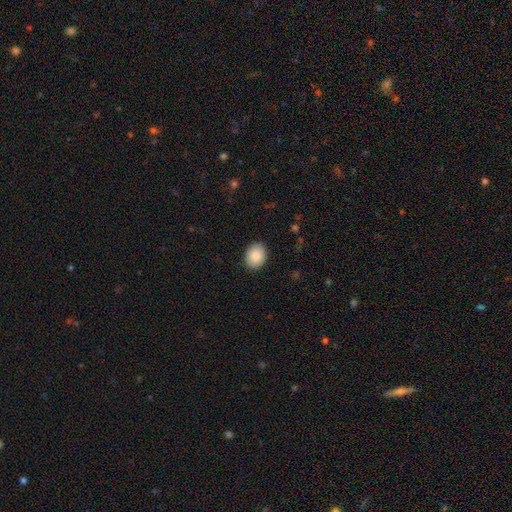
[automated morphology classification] The model was most divided on "how rounded": in between: 60%, round: 39%, cigar-shaped: 1%. More confident: merging — none (89%); smooth or featured — smooth (88%).